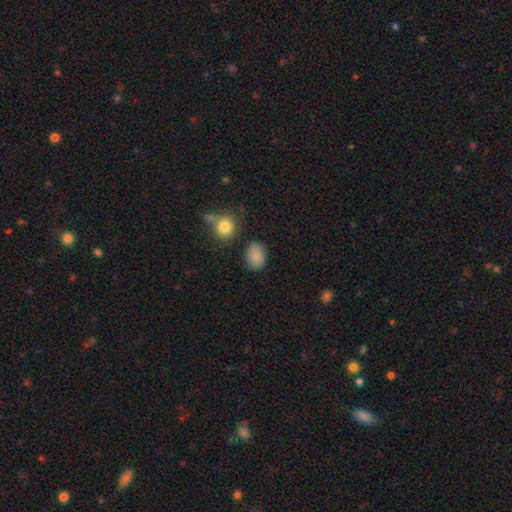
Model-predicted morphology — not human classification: The model was most divided on "how rounded": in between: 71%, round: 28%, cigar-shaped: 1%. More confident: smooth or featured — smooth (85%); merging — none (77%).